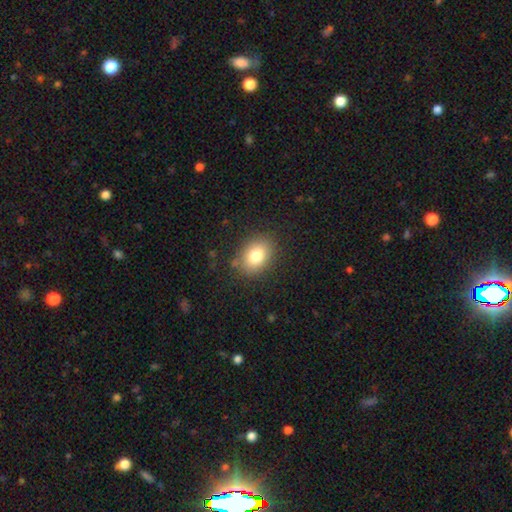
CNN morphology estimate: A smooth galaxy with no disk features (80%) that is in between round and cigar-shaped (66%). Merging: none (84%).